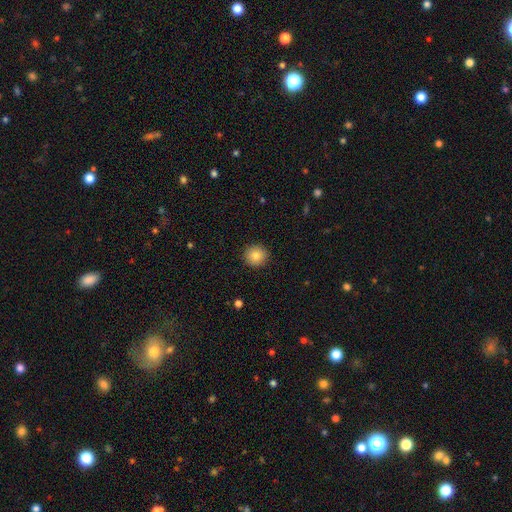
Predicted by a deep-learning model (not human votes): Overall: smooth (84%). How rounded: round (89%). Merging: none (91%).